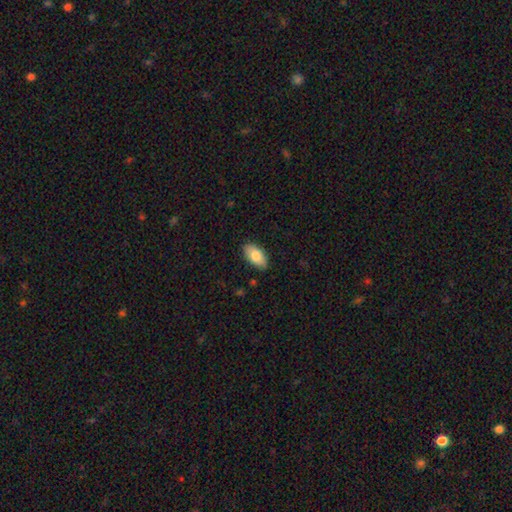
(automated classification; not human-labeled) Smooth or featured?
  - smooth: 81% *
  - featured or disk: 12%
  - star or artifact: 6%
How rounded?
  - in between: 94% *
  - cigar-shaped: 3%
  - round: 3%
Merging?
  - none: 87% *
  - minor disturbance: 10%
  - major disturbance: 2%
  - merger: 1%